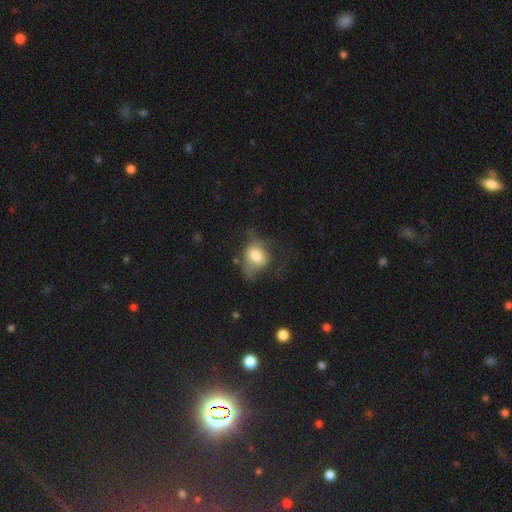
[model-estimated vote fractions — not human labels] Smooth or featured? Predicted: smooth (p=0.69). How rounded? Predicted: in between (p=0.51). Merging? Predicted: major disturbance (p=0.37).